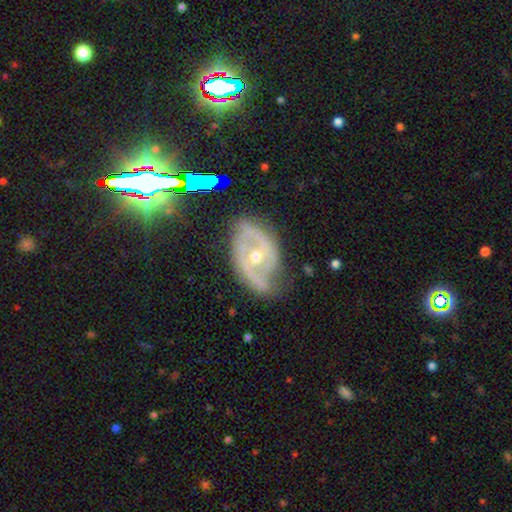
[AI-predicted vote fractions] Morphology: type=featured or disk (83%); edge-on=no (96%); bar=no (50%); spiral arms=yes (90%); winding=medium (44%); arm count=2 (73%); bulge=moderate (59%); merging=none (66%).